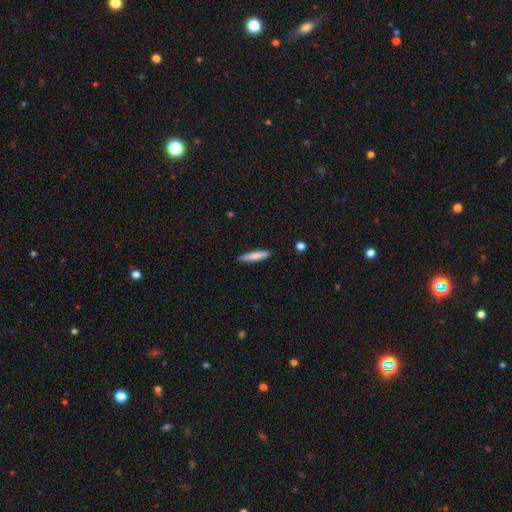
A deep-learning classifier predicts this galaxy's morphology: Smooth or featured: smooth — 79% (featured or disk — 16%)
How rounded: cigar-shaped — 86% (in between — 12%)
Merging: none — 87% (minor disturbance — 10%)